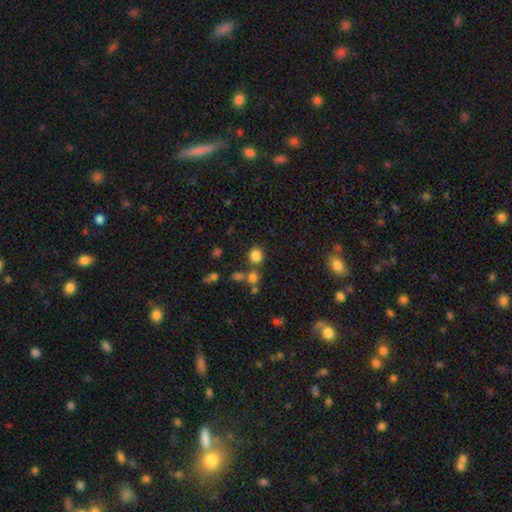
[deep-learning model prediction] Q: Smooth or featured?
A: smooth (80%); runner-up: star or artifact (14%)
Q: How rounded?
A: round (80%); runner-up: in between (19%)
Q: Merging?
A: none (74%); runner-up: merger (13%)